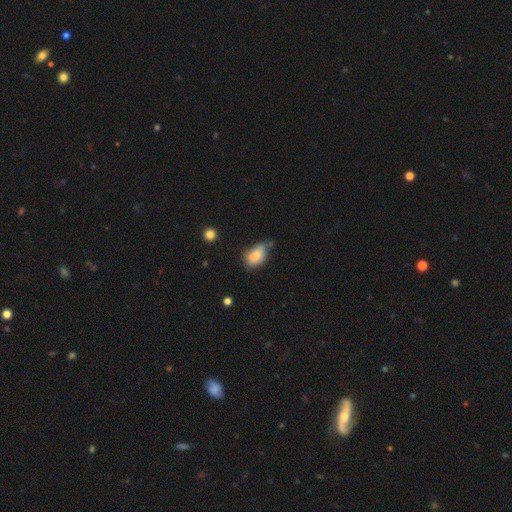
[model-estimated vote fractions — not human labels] Smooth or featured? Predicted: smooth (p=0.81). How rounded? Predicted: in between (p=0.89). Merging? Predicted: minor disturbance (p=0.42).